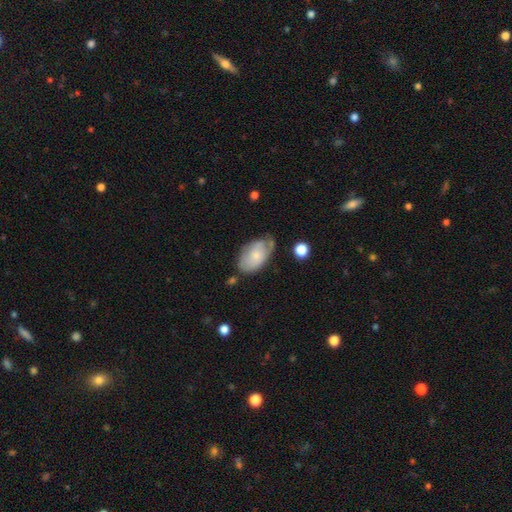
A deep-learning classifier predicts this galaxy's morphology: smooth 62%, featured or disk 31%, star or artifact 7%. Down the decision tree: how rounded — in between (93%); merging — none (50%).